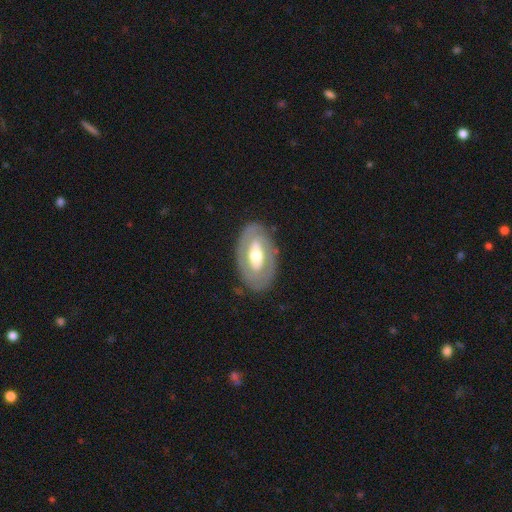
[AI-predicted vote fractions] Smooth or featured? featured or disk (62%)
Edge-on disk? no (90%)
Bar? no (55%)
Spiral arms? no (73%)
Bulge size? moderate (63%)
Merging? none (81%)